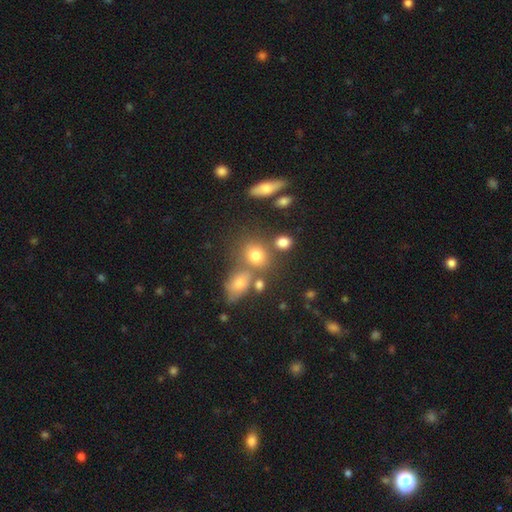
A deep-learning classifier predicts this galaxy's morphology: smooth 73%, star or artifact 15%, featured or disk 12%. Down the decision tree: how rounded — round (56%); merging — none (58%).